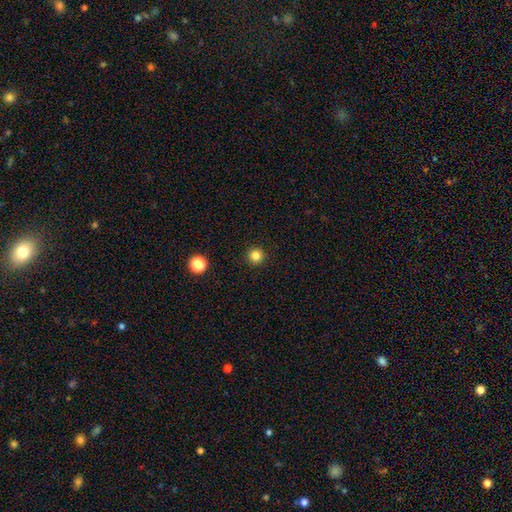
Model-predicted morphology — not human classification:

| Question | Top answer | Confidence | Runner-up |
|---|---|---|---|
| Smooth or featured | smooth | 83% | star or artifact (13%) |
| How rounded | round | 96% | in between (3%) |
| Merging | none | 93% | minor disturbance (4%) |